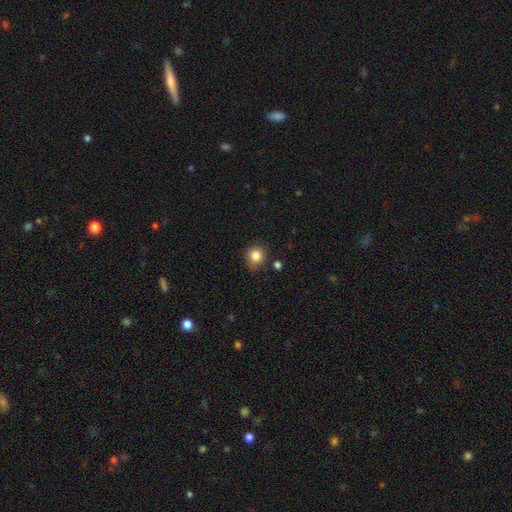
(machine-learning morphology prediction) This appears to be a smooth galaxy with no disk features (84%) that is round (85%). Merging: none (79%).